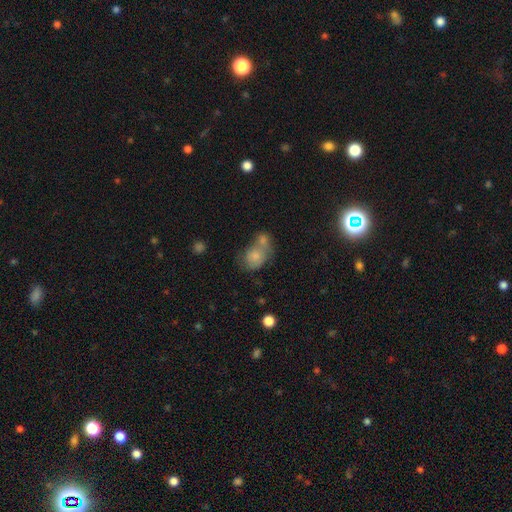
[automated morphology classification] This is likely a smooth galaxy (75%). How rounded: possibly in between (56%). Merging: possibly merger (57%).